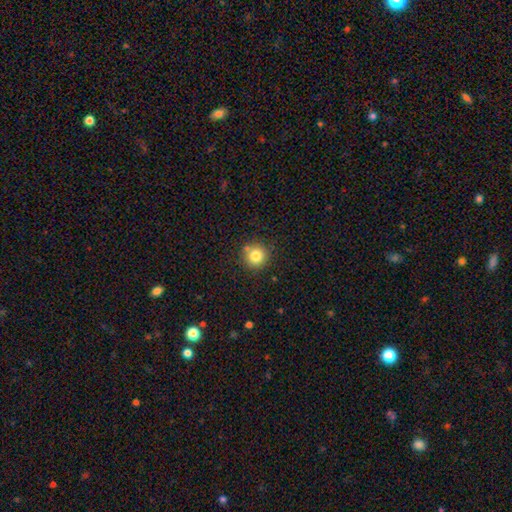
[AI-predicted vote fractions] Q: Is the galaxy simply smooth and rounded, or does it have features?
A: smooth — 81%.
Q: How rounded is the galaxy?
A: round — 94%.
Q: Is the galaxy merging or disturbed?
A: none — 83%.